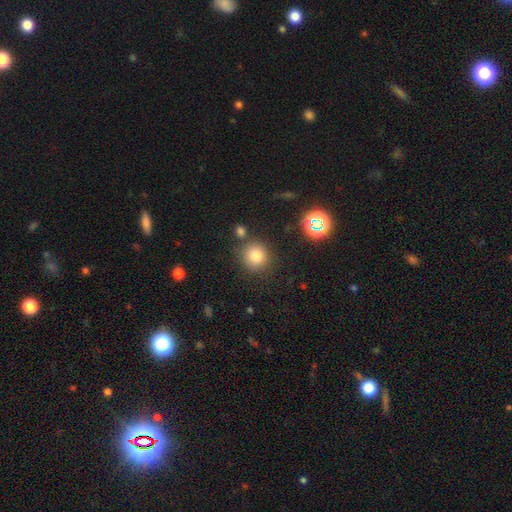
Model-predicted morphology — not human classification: smooth-or-featured: smooth: 79% | star or artifact: 14% | featured or disk: 7%
  how-rounded: round: 91% | in between: 9% | cigar-shaped: 1%
  merging: none: 80% | minor disturbance: 9% | merger: 7% | major disturbance: 3%